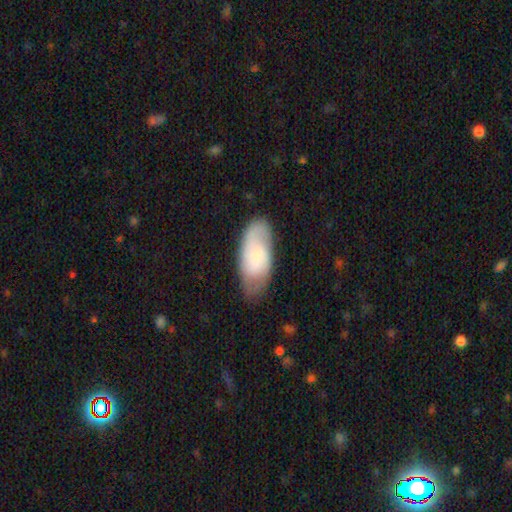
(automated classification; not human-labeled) Overall: smooth (52%; featured or disk 41%). How rounded: in between (90%). Merging: none (70%).